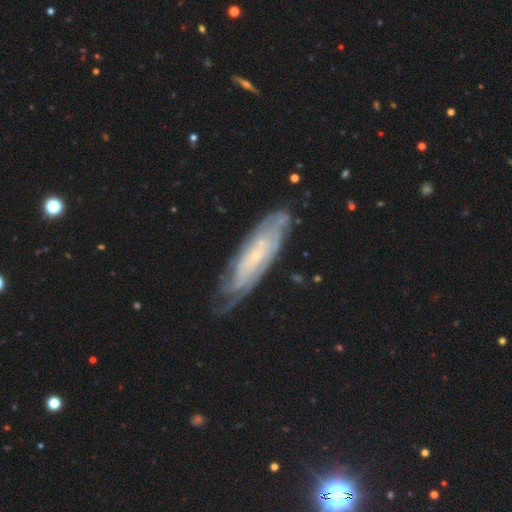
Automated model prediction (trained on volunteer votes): smooth_or_featured: featured or disk (p=0.80) [alt: smooth p=0.14]
disk_edge_on: no (p=0.82) [alt: yes p=0.18]
bar: no (p=0.72) [alt: weak p=0.21]
has_spiral_arms: yes (p=0.93) [alt: no p=0.07]
spiral_winding: tight (p=0.74) [alt: medium p=0.21]
spiral_arm_count: can't tell (p=0.53) [alt: 4 p=0.13]
bulge_size: small (p=0.84) [alt: moderate p=0.10]
merging: none (p=0.70) [alt: minor disturbance p=0.21]